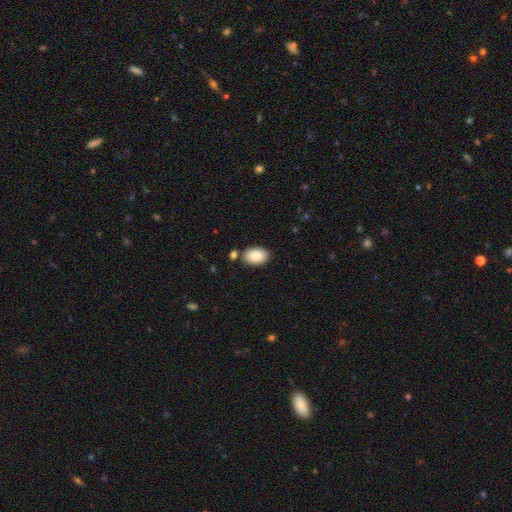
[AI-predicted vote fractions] Q: Smooth or featured?
A: smooth (88%); runner-up: star or artifact (7%)
Q: How rounded?
A: in between (89%); runner-up: round (10%)
Q: Merging?
A: none (80%); runner-up: minor disturbance (11%)